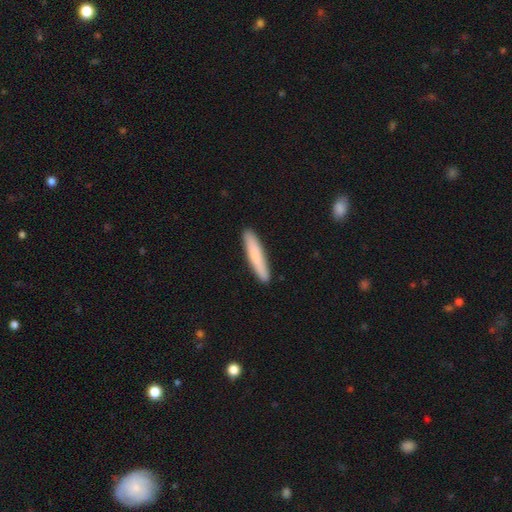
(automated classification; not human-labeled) Overall: smooth (80%). How rounded: cigar-shaped (91%). Merging: none (90%).